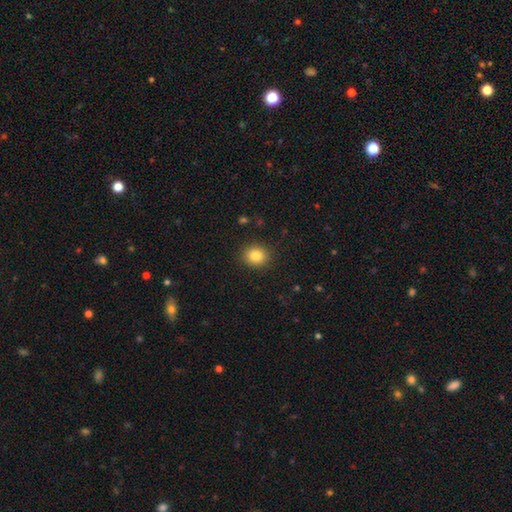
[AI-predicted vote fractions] smooth_or_featured: smooth (p=0.84) [alt: star or artifact p=0.10]
how_rounded: round (p=0.77) [alt: in between p=0.23]
merging: none (p=0.89) [alt: minor disturbance p=0.07]